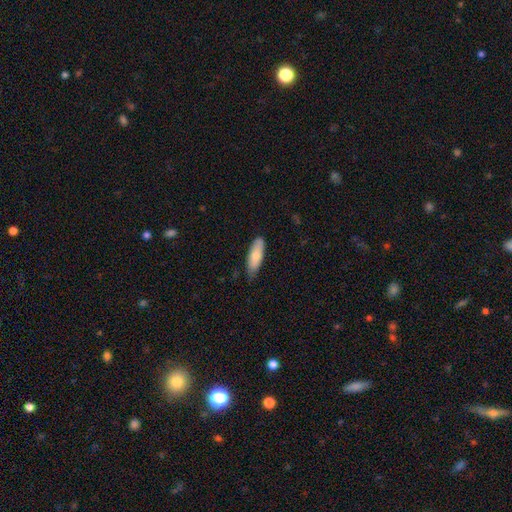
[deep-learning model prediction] A smooth galaxy with no disk features (77%) that is in between round and cigar-shaped (58%). Merging: none (76%).